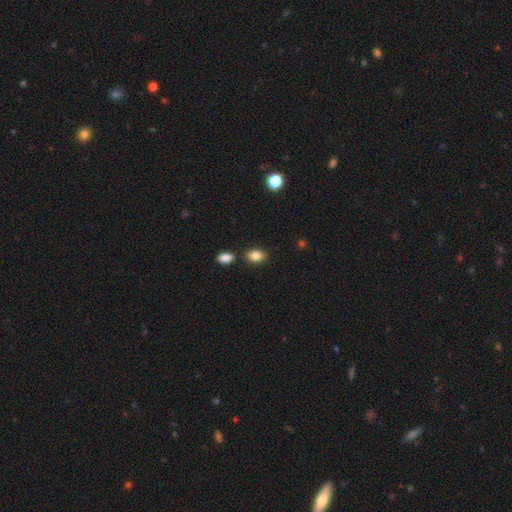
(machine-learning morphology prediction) smooth 85%, star or artifact 9%, featured or disk 6%. Down the decision tree: how rounded — in between (71%); merging — none (79%).